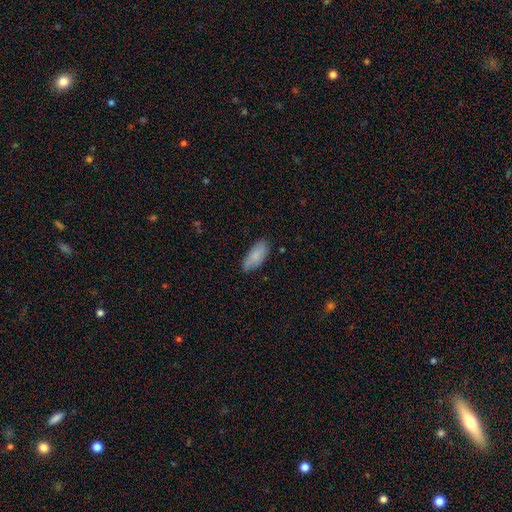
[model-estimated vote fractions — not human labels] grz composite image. It shows a smooth galaxy with no disk features (83%) that is in between round and cigar-shaped (84%). Merging: none (78%).